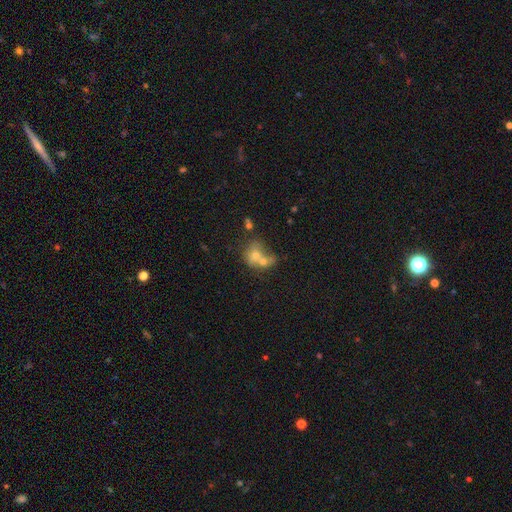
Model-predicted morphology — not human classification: The model was most divided on "how rounded": round: 57%, in between: 41%, cigar-shaped: 1%. More confident: merging — merger (66%); smooth or featured — smooth (60%).